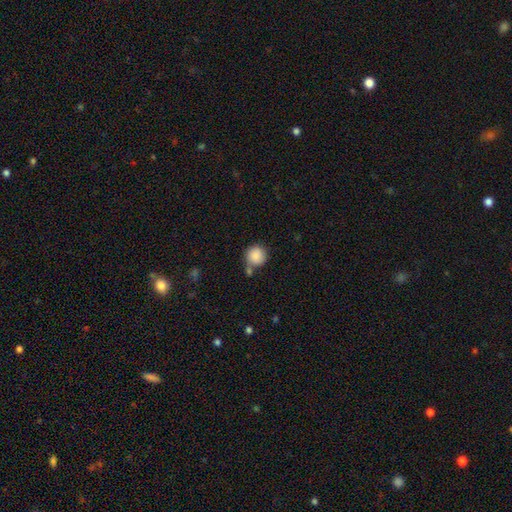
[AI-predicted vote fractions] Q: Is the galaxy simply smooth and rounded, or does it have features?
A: smooth — 87%.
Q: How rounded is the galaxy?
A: round — 93%.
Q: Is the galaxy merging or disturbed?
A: none — 67%.